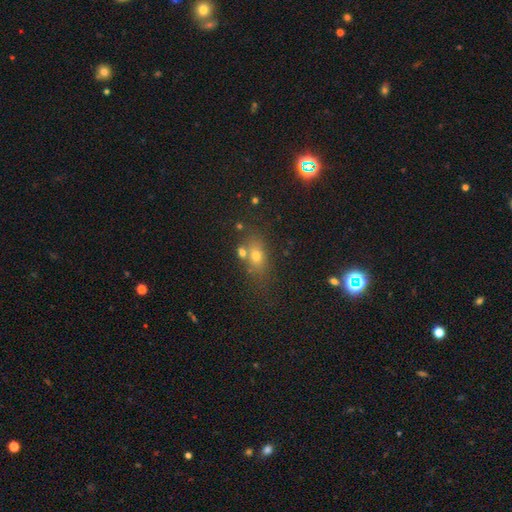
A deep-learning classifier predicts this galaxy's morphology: smooth_or_featured: smooth (p=0.63) [alt: star or artifact p=0.21]
how_rounded: in between (p=0.63) [alt: round p=0.30]
merging: none (p=0.62) [alt: merger p=0.18]